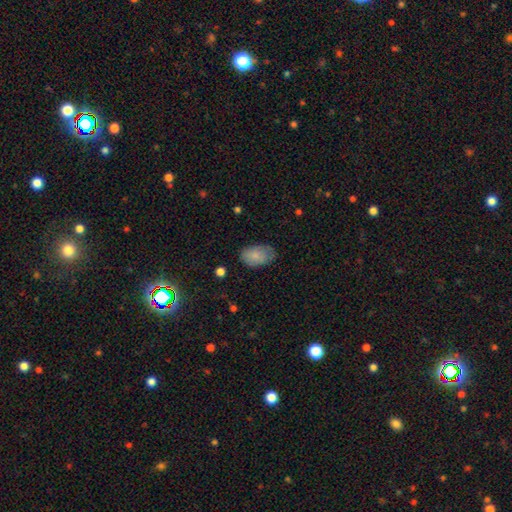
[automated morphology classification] Smooth or featured? smooth (82%)
How rounded? in between (91%)
Merging? none (67%)